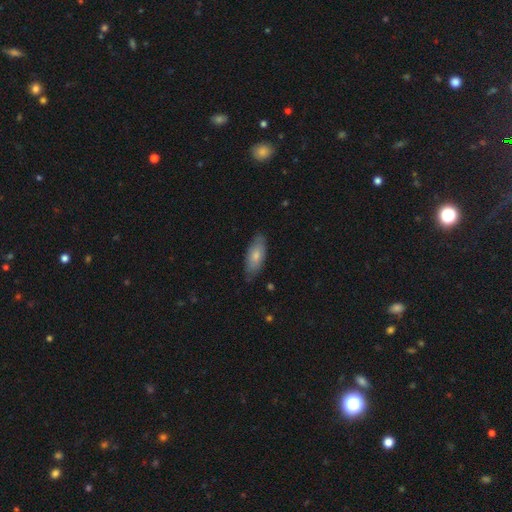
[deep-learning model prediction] A smooth galaxy with no disk features (72%) that is in between round and cigar-shaped (83%). Merging: none (76%).